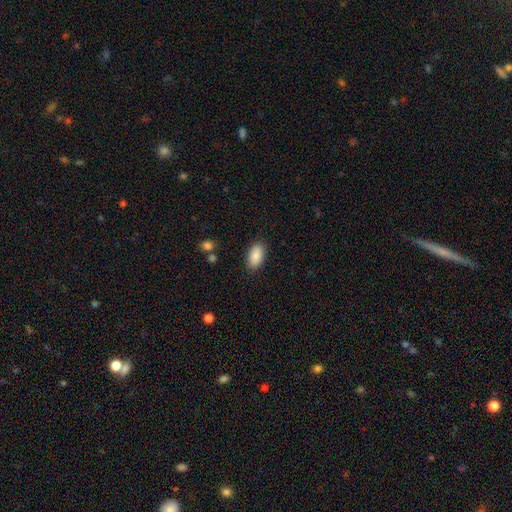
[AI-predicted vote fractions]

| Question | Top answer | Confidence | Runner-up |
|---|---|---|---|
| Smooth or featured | smooth | 88% | star or artifact (7%) |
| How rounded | in between | 94% | round (3%) |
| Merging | none | 87% | minor disturbance (9%) |